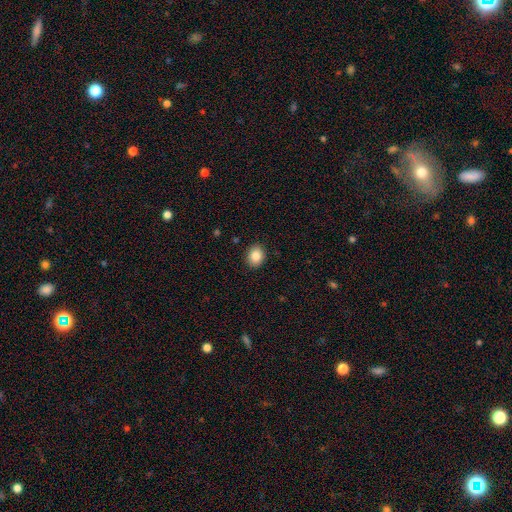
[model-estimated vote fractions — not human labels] Smooth or featured?
  - smooth: 86% *
  - star or artifact: 9%
  - featured or disk: 5%
How rounded?
  - round: 54% *
  - in between: 45%
  - cigar-shaped: 1%
Merging?
  - none: 90% *
  - minor disturbance: 7%
  - major disturbance: 2%
  - merger: 1%